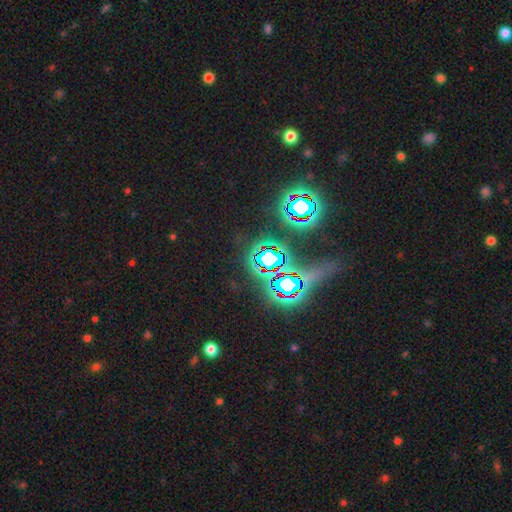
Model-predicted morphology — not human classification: smooth_or_featured: star or artifact (p=0.80) [alt: smooth p=0.12]